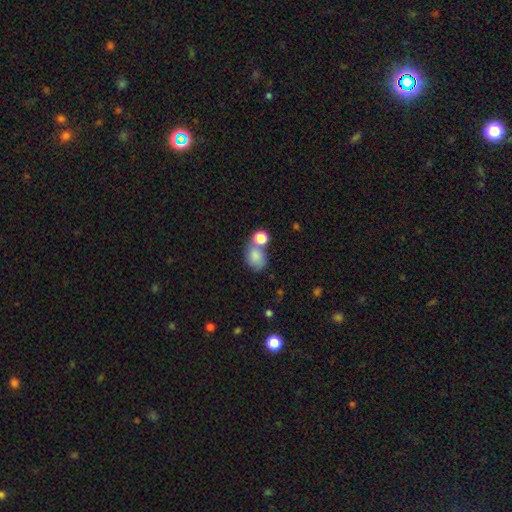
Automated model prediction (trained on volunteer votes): smooth-or-featured: smooth: 82% | star or artifact: 9% | featured or disk: 9%
  how-rounded: in between: 64% | round: 35% | cigar-shaped: 1%
  merging: none: 42% | merger: 37% | minor disturbance: 14% | major disturbance: 7%